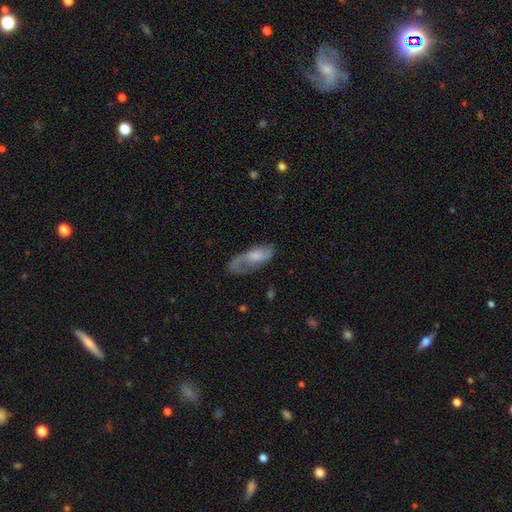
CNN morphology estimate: smooth-or-featured: featured or disk: 65% | smooth: 27% | star or artifact: 8%
  disk-edge-on: no: 89% | yes: 11%
    bar: no: 60% | weak: 33% | strong: 7%
    has-spiral-arms: yes: 86% | no: 14%
    bulge-size: moderate: 46% | small: 24% | large: 16% | none: 12% | dominant: 2%
  merging: none: 60% | minor disturbance: 22% | major disturbance: 16% | merger: 2%